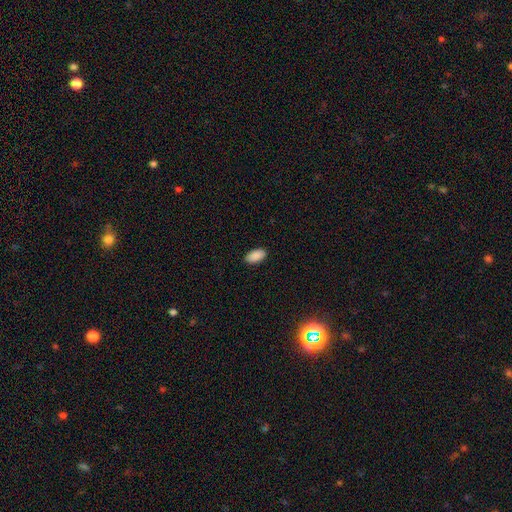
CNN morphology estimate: Smooth or featured? Predicted: smooth (p=0.90). How rounded? Predicted: in between (p=0.95). Merging? Predicted: none (p=0.90).